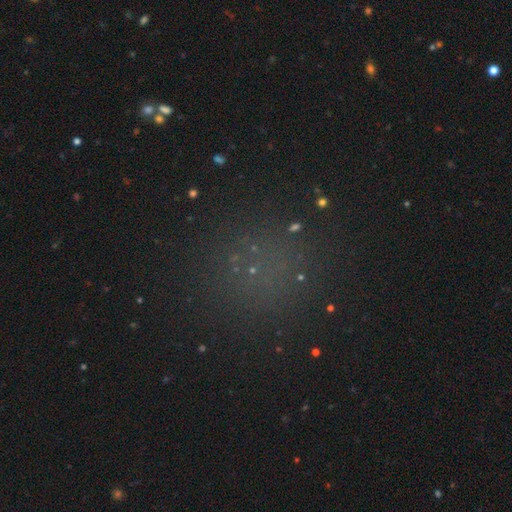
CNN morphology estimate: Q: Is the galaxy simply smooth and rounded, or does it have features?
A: star or artifact — 46%.